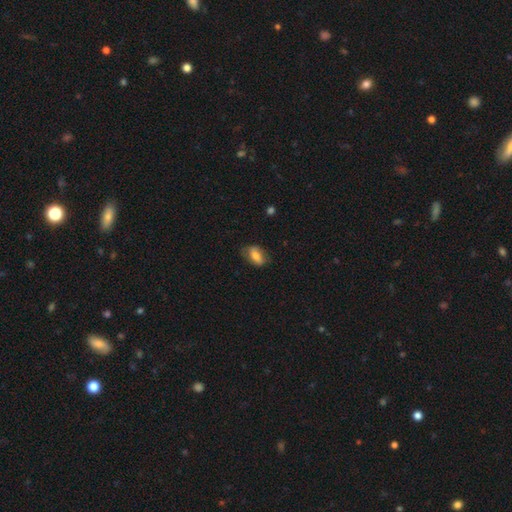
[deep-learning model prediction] Smooth or featured?
  - smooth: 67% *
  - featured or disk: 26%
  - star or artifact: 7%
How rounded?
  - in between: 86% *
  - round: 8%
  - cigar-shaped: 6%
Merging?
  - none: 73% *
  - minor disturbance: 21%
  - major disturbance: 6%
  - merger: 1%